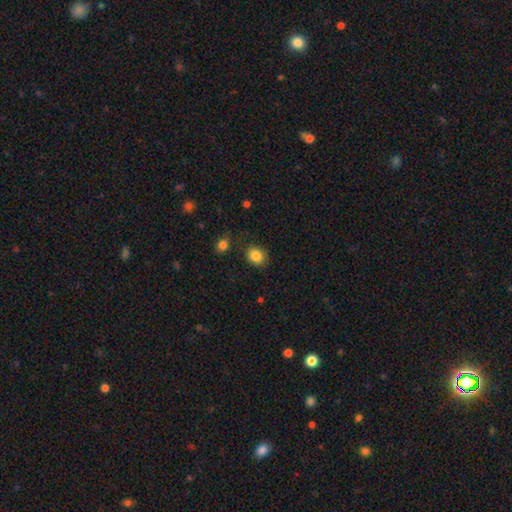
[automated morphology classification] The model was most divided on "how rounded": round: 68%, in between: 32%, cigar-shaped: 1%. More confident: smooth or featured — smooth (85%); merging — none (80%).